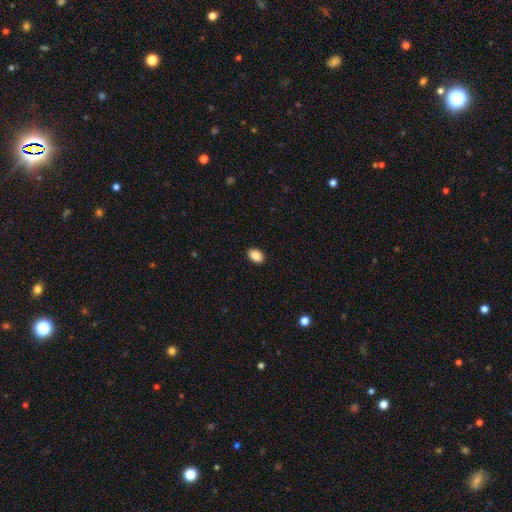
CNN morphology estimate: Overall: smooth (89%). How rounded: in between (87%). Merging: none (90%).